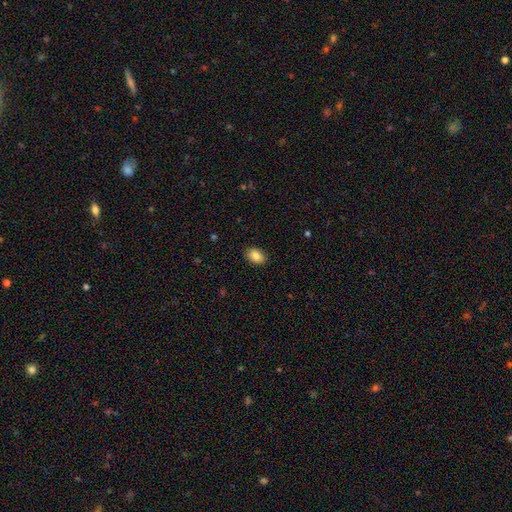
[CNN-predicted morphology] This is clearly a smooth galaxy (86%). How rounded: clearly in between (84%). Merging: clearly none (89%).